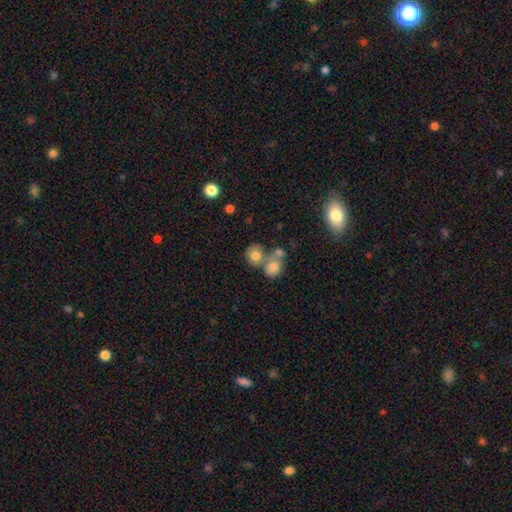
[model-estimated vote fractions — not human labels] A smooth galaxy with no disk features (74%) that is round (65%). Merging: merger (46%).